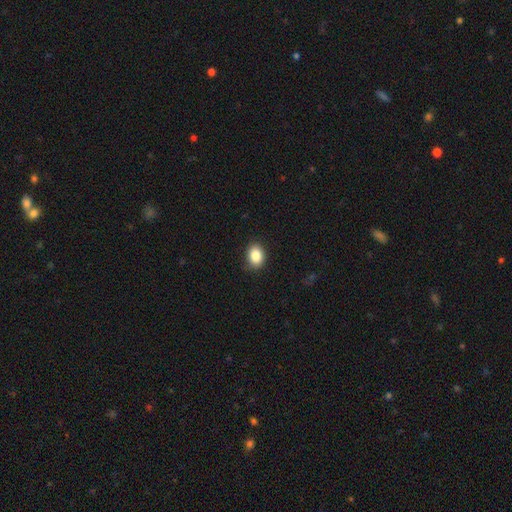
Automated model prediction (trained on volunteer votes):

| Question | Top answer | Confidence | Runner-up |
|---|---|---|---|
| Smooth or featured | smooth | 86% | star or artifact (9%) |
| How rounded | in between | 61% | round (38%) |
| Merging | none | 86% | minor disturbance (11%) |